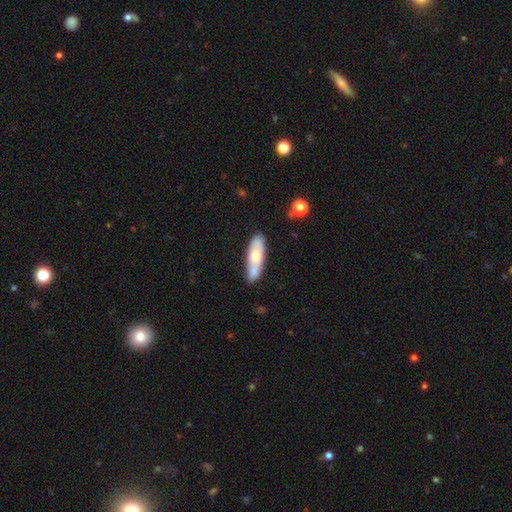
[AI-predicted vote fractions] A smooth galaxy with no disk features (62%) that is cigar-shaped (52%).

Vote fractions:
- Smooth or featured? smooth: 62% / featured or disk: 32% / star or artifact: 6%
- How rounded? cigar-shaped: 52% / in between: 46% / round: 2%
- Merging? none: 62% / minor disturbance: 19% / merger: 15% / major disturbance: 4%